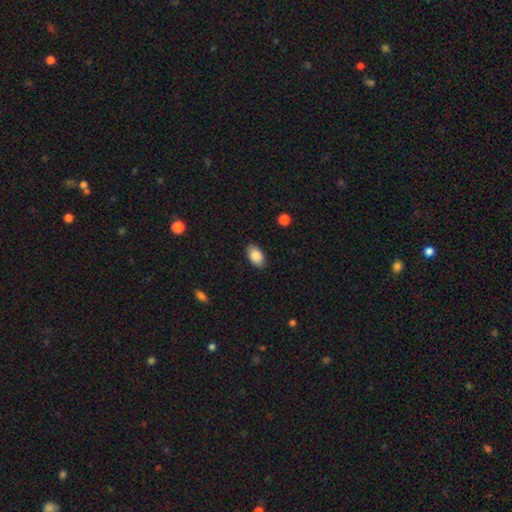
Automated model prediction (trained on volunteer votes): Smooth or featured?
  - smooth: 88% *
  - star or artifact: 7%
  - featured or disk: 5%
How rounded?
  - in between: 91% *
  - round: 7%
  - cigar-shaped: 1%
Merging?
  - none: 86% *
  - minor disturbance: 10%
  - major disturbance: 2%
  - merger: 1%